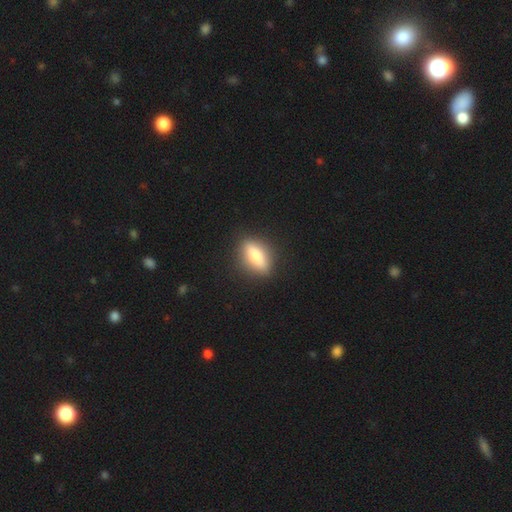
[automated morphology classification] A smooth galaxy with no disk features (63%) that is in between round and cigar-shaped (59%).

Vote fractions:
- Smooth or featured? smooth: 63% / featured or disk: 29% / star or artifact: 8%
- How rounded? in between: 59% / cigar-shaped: 33% / round: 7%
- Merging? none: 87% / minor disturbance: 9% / major disturbance: 3% / merger: 1%